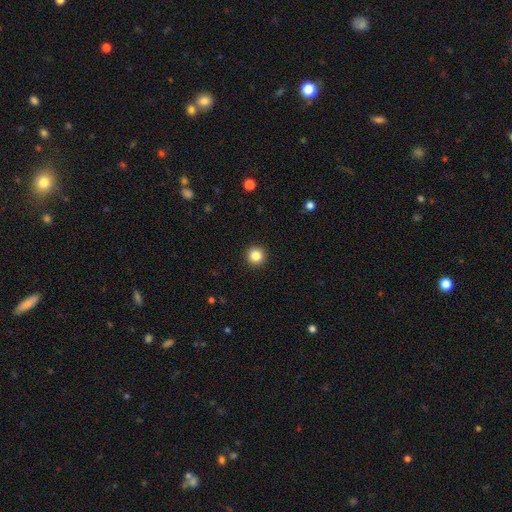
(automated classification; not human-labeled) Smooth or featured? Predicted: smooth (p=0.85). How rounded? Predicted: round (p=0.96). Merging? Predicted: none (p=0.94).